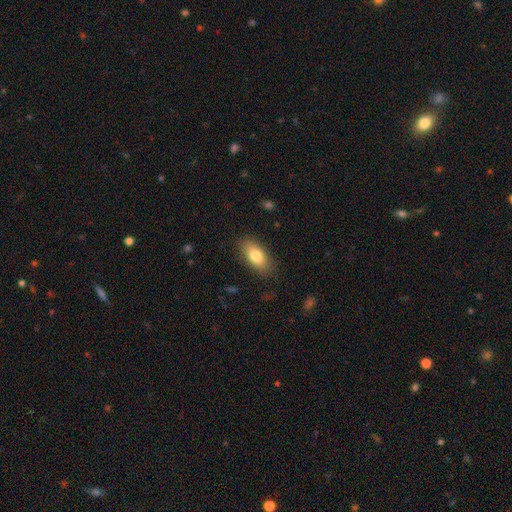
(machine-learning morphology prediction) Smooth or featured?
  - smooth: 79% *
  - featured or disk: 14%
  - star or artifact: 7%
How rounded?
  - in between: 87% *
  - cigar-shaped: 9%
  - round: 4%
Merging?
  - none: 84% *
  - minor disturbance: 12%
  - major disturbance: 3%
  - merger: 1%